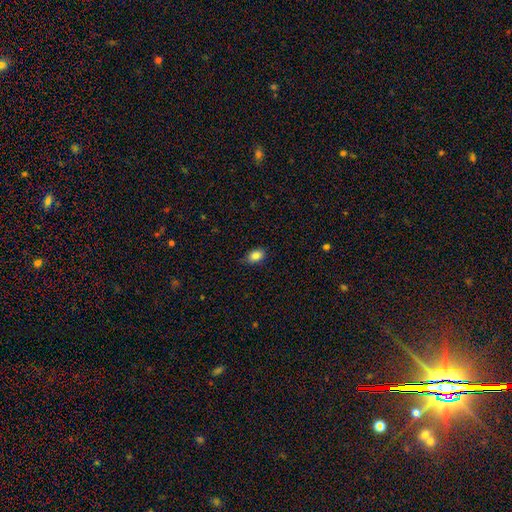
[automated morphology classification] Overall: smooth (86%). How rounded: in between (83%). Merging: none (81%).